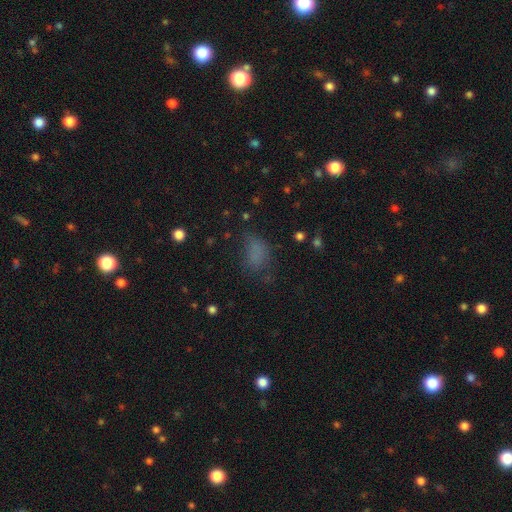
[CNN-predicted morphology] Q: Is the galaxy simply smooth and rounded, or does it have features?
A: smooth — 71%.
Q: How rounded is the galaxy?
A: in between — 81%.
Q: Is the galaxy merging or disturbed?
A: none — 48%.